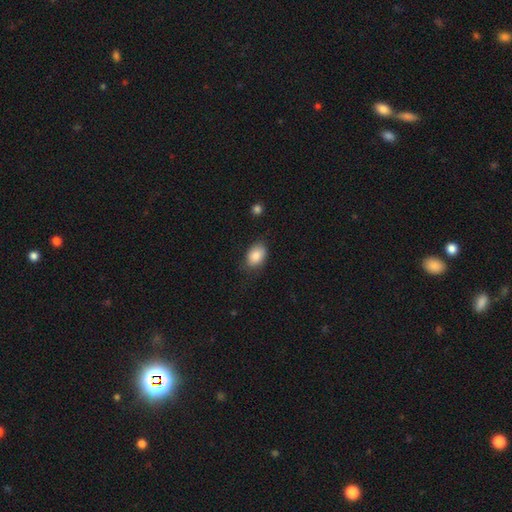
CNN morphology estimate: Smooth or featured?
  - smooth: 86% *
  - star or artifact: 7%
  - featured or disk: 7%
How rounded?
  - in between: 85% *
  - round: 14%
  - cigar-shaped: 1%
Merging?
  - none: 75% *
  - minor disturbance: 20%
  - major disturbance: 4%
  - merger: 1%